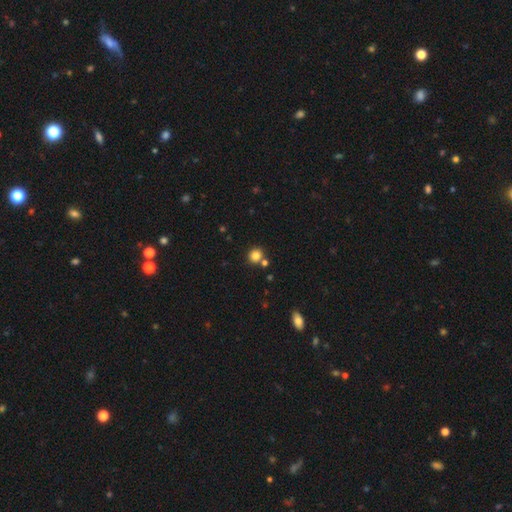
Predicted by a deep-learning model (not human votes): Overall: smooth (83%). How rounded: round (85%). Merging: none (75%).